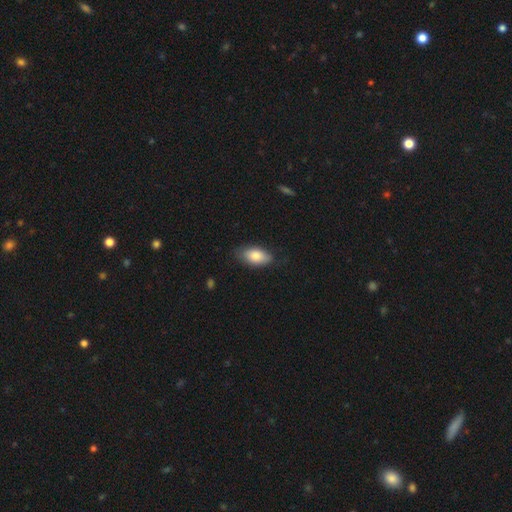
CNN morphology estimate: type=smooth (81%); roundness=in between (93%); merging=none (75%).